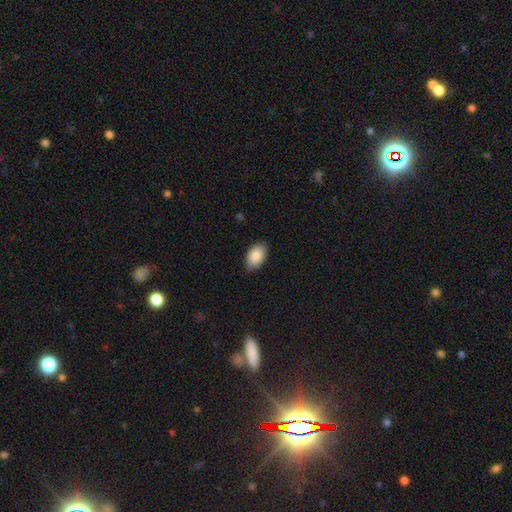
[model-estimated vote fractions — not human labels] Overall: smooth (89%). How rounded: in between (93%). Merging: none (84%).